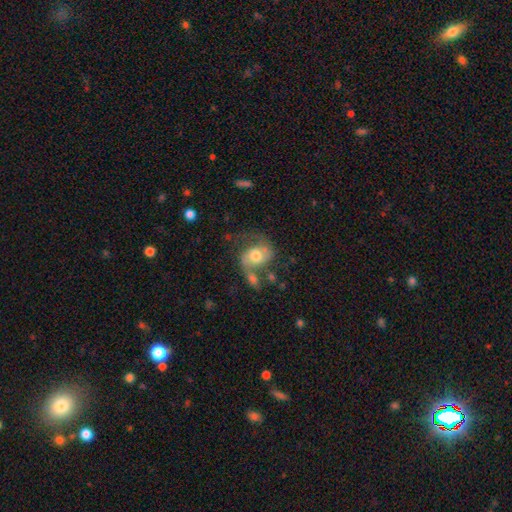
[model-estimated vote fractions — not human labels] This appears to be a featured or disk galaxy (67%) with no bar (62%), 2 (84%) medium (46%) spiral arms (87%) and a moderate central bulge (68%). Merging: none (41%).